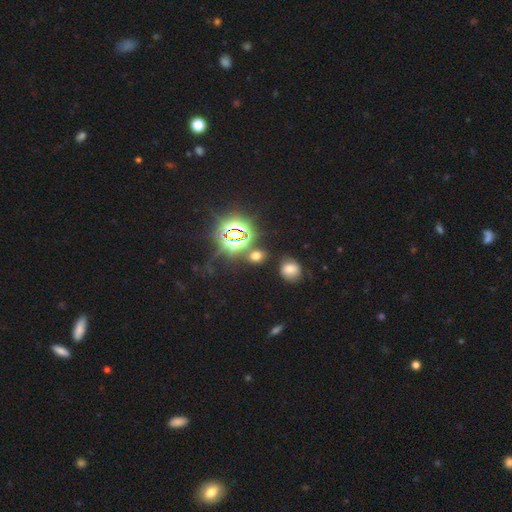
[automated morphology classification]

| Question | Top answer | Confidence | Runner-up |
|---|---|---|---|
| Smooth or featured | star or artifact | 51% | smooth (40%) |